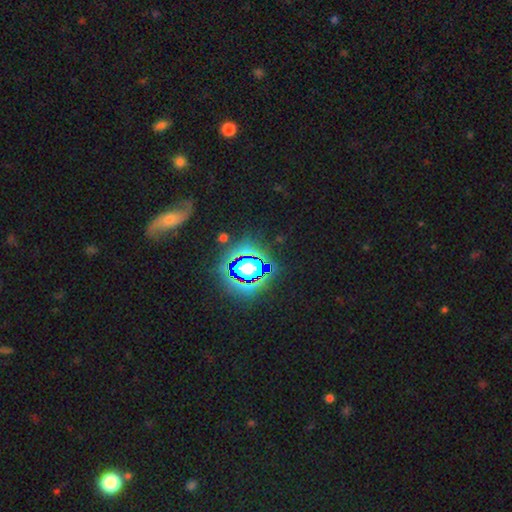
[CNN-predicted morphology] This is likely a star or artifact rather than a galaxy (70%).